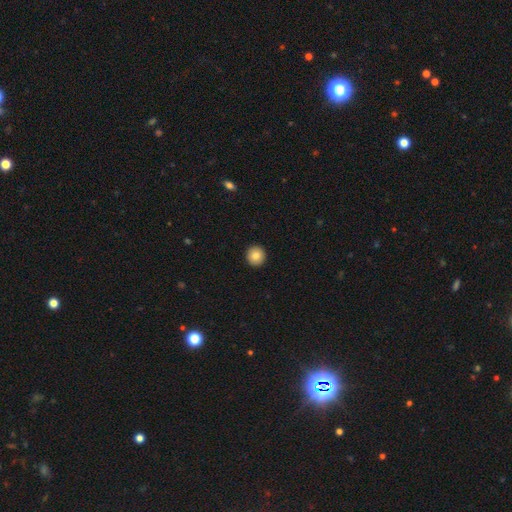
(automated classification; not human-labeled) A smooth galaxy with no disk features (83%) that is round (94%). Merging: none (93%).